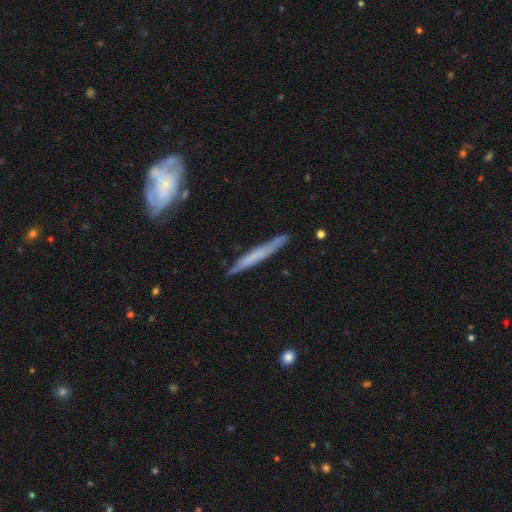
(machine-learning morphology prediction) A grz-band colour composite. It shows a smooth galaxy with no disk features (47%). Merging: none (81%).